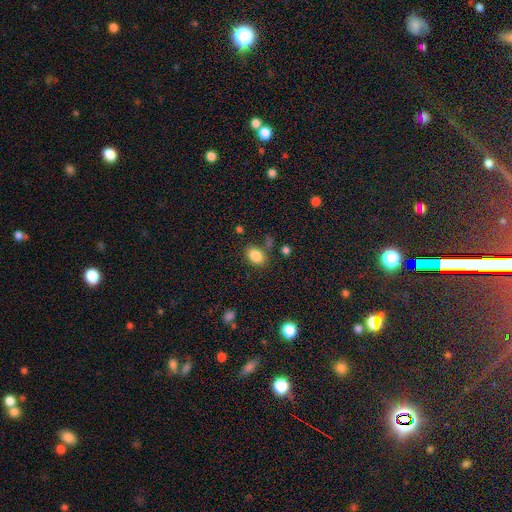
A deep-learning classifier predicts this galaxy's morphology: smooth 85%, star or artifact 9%, featured or disk 6%. Down the decision tree: how rounded — in between (77%); merging — none (73%).